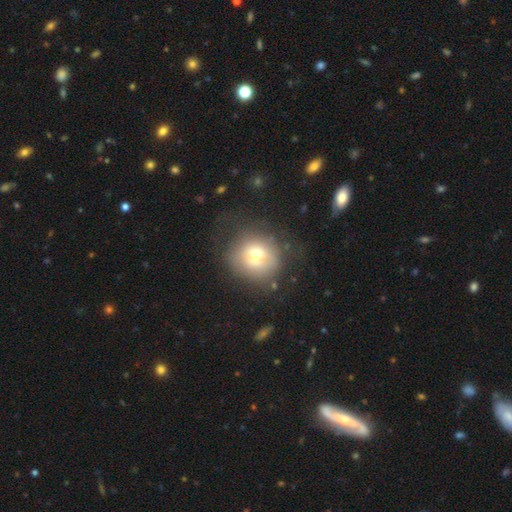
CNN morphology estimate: type=smooth (65%); roundness=round (90%); merging=none (60%).